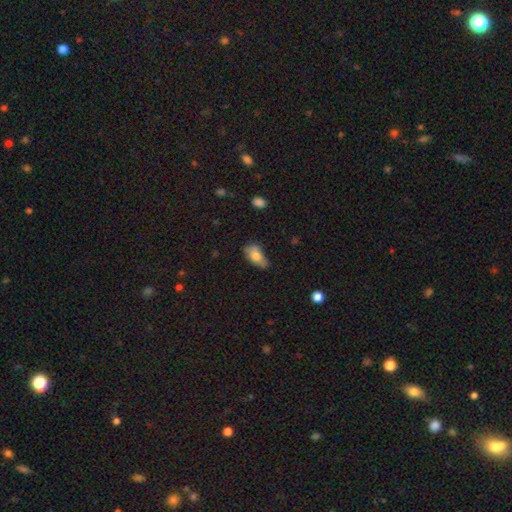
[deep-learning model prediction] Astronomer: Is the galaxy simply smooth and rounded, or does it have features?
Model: smooth — 75%.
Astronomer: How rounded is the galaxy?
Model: in between — 90%.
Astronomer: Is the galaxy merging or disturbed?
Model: none — 52% (runner-up: minor disturbance, 35%).